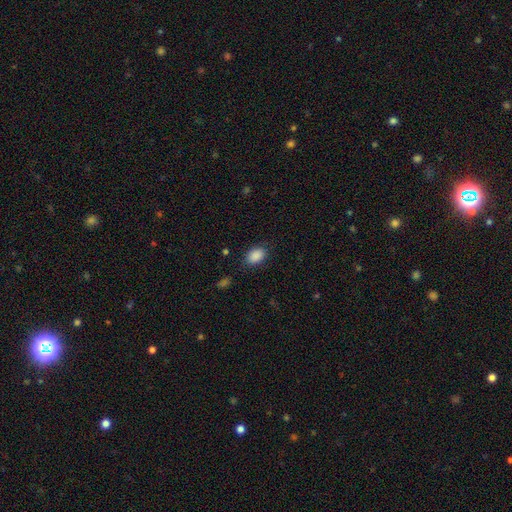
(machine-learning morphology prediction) Smooth or featured? smooth (88%)
How rounded? in between (83%)
Merging? none (83%)